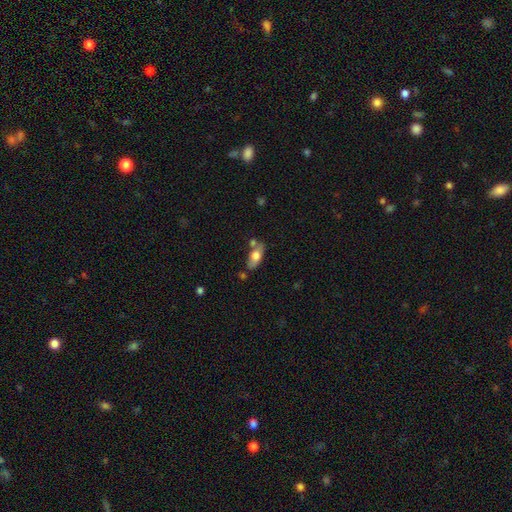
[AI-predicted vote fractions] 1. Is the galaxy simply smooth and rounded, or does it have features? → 66% smooth, 27% featured or disk, 7% star or artifact.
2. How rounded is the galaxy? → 83% in between, 13% cigar-shaped, 4% round.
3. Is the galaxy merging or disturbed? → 60% none, 18% minor disturbance, 17% merger, 5% major disturbance.